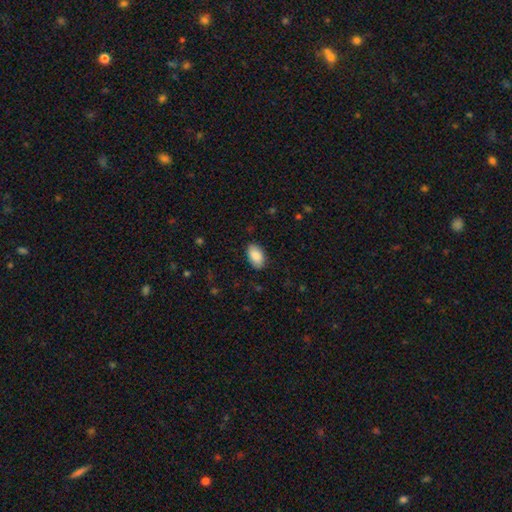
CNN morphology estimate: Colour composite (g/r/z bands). It shows a smooth galaxy with no disk features (89%) that is in between round and cigar-shaped (94%). Merging: none (86%).